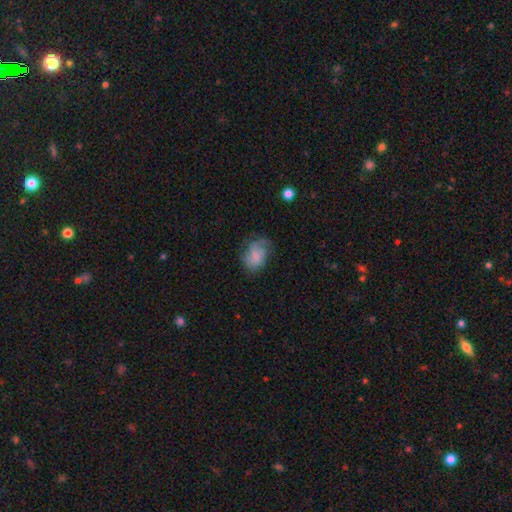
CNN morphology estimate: smooth 59%, featured or disk 32%, star or artifact 9%. Down the decision tree: how rounded — in between (71%); merging — none (46%).